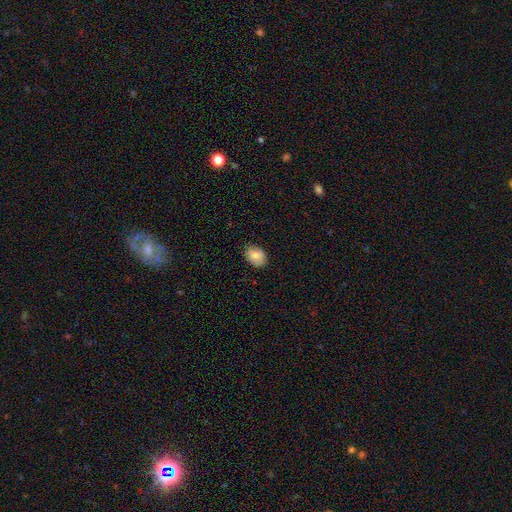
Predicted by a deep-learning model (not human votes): Morphology: type=smooth (82%); roundness=in between (70%); merging=none (79%).